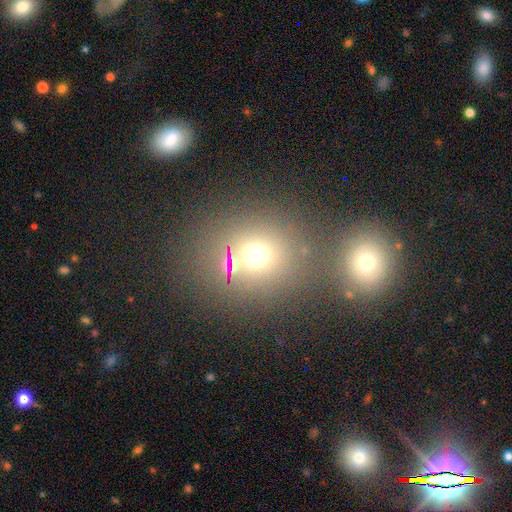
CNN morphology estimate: type=smooth (66%); roundness=round (77%); merging=none (59%).